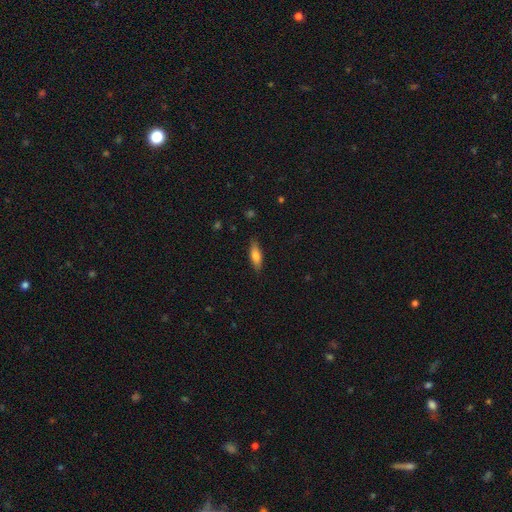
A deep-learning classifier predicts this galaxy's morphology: Overall: smooth (75%). How rounded: in between (52%; cigar-shaped 46%). Merging: none (84%).